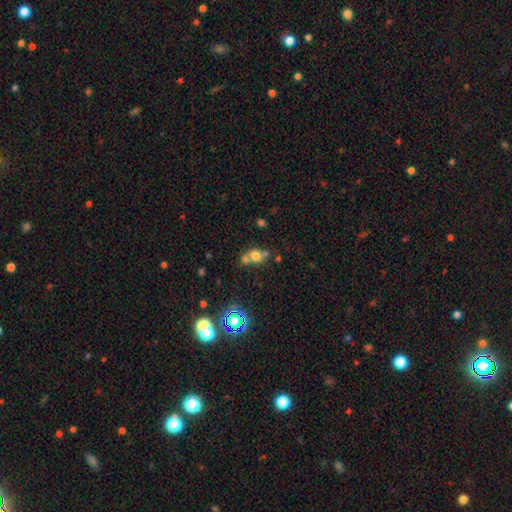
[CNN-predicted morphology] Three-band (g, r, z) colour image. It shows a smooth galaxy with no disk features (69%) that is round (68%). Merging: merger (44%).